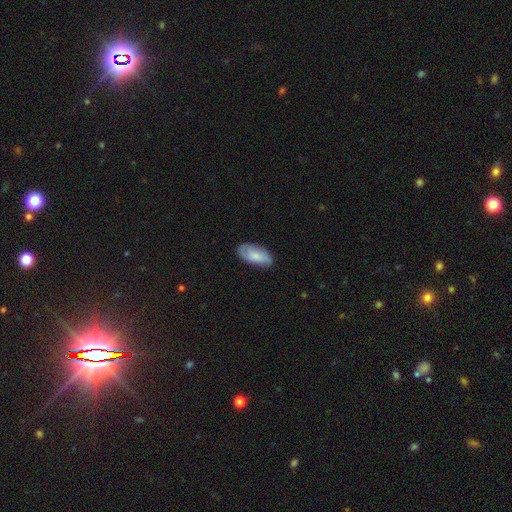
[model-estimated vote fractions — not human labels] Smooth or featured?
  - smooth: 63% *
  - featured or disk: 31%
  - star or artifact: 6%
How rounded?
  - in between: 91% *
  - cigar-shaped: 6%
  - round: 2%
Merging?
  - none: 76% *
  - minor disturbance: 19%
  - major disturbance: 4%
  - merger: 1%